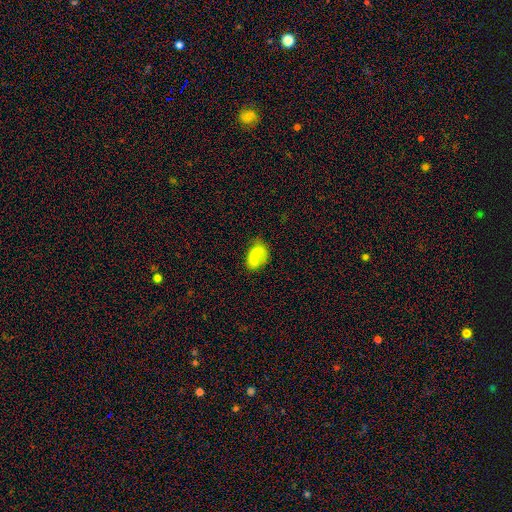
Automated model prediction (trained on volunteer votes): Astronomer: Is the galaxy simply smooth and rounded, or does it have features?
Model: smooth — 76%.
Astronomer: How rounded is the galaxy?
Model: in between — 90%.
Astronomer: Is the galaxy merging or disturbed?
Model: none — 56%.